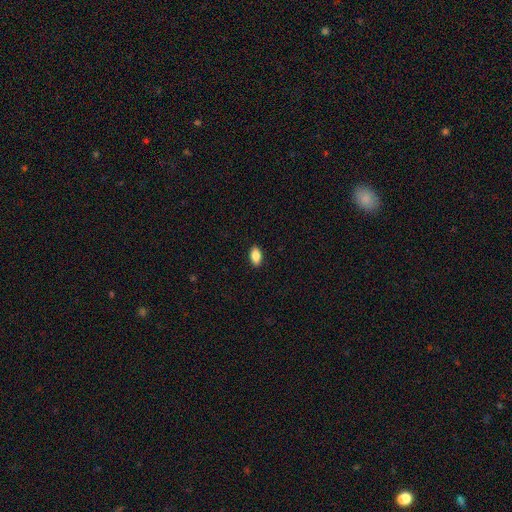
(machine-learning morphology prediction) The model was most divided on "smooth or featured": smooth: 86%, star or artifact: 7%, featured or disk: 6%. More confident: how rounded — in between (92%); merging — none (90%).